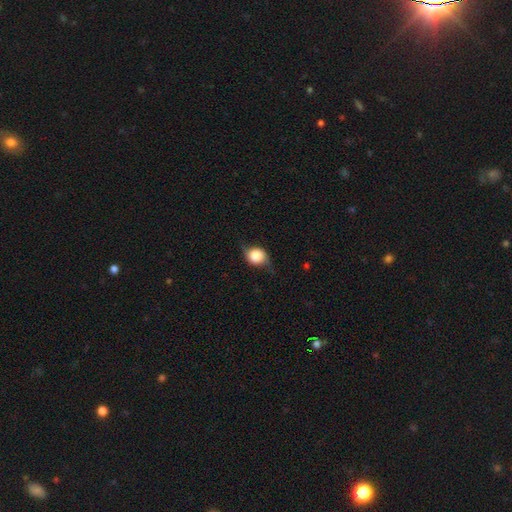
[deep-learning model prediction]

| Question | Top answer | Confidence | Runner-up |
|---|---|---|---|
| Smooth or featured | smooth | 60% | featured or disk (30%) |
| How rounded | round | 65% | in between (33%) |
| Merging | none | 57% | minor disturbance (30%) |